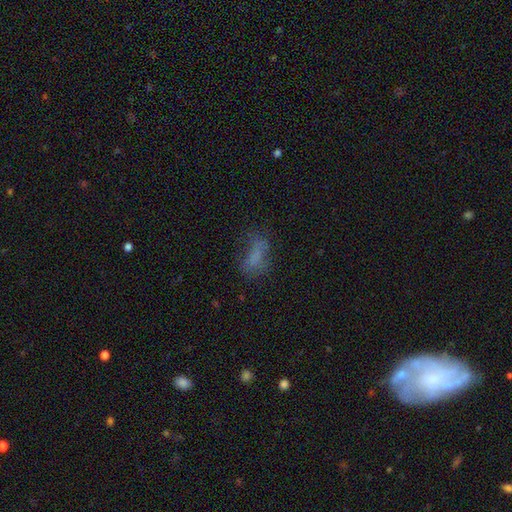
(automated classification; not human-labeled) This appears to be a smooth galaxy with no disk features (63%) that is in between round and cigar-shaped (81%). Merging: none (45%).